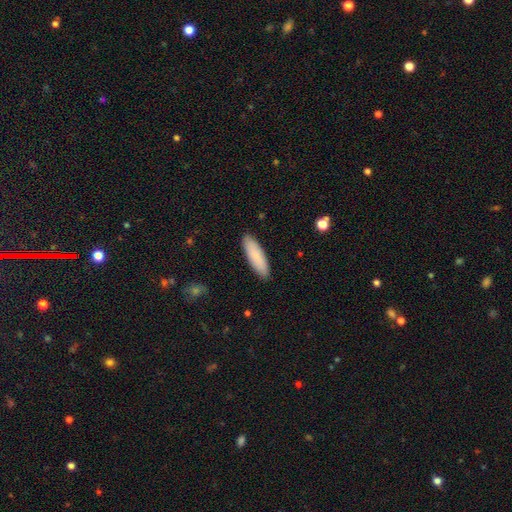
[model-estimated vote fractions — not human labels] This is clearly a smooth galaxy (85%). How rounded: possibly cigar-shaped (51%). Merging: clearly none (90%).